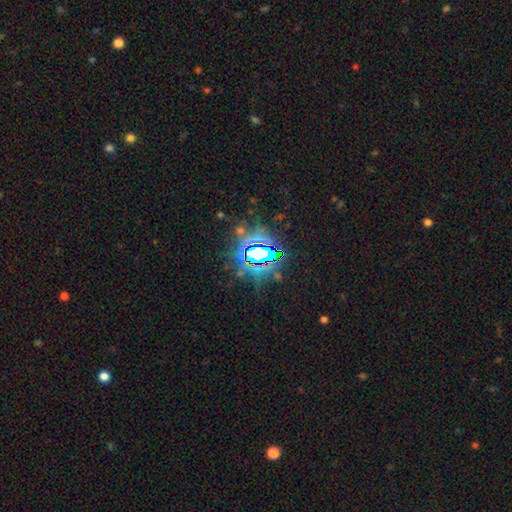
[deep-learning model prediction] Overall: star or artifact (77%).